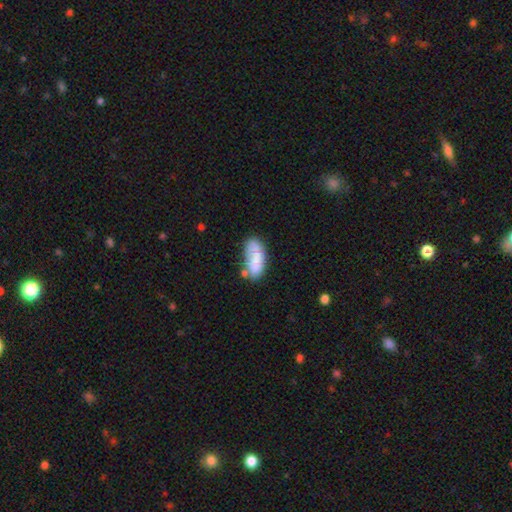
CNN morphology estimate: Smooth or featured?
  - smooth: 67% *
  - featured or disk: 26%
  - star or artifact: 8%
How rounded?
  - in between: 86% *
  - cigar-shaped: 11%
  - round: 3%
Merging?
  - none: 44% *
  - minor disturbance: 26%
  - merger: 18%
  - major disturbance: 12%